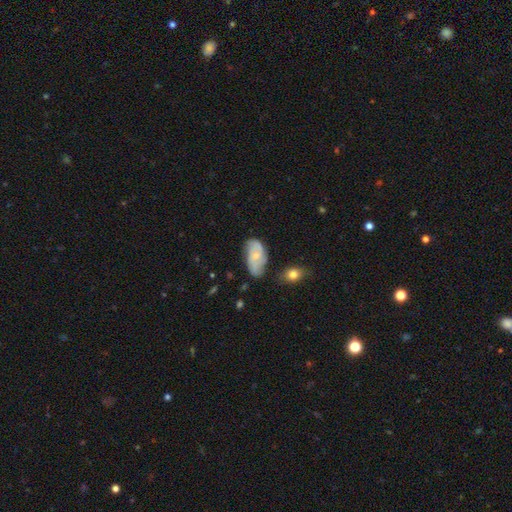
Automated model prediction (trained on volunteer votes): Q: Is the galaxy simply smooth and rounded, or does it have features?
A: featured or disk — 49%.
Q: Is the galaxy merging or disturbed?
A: none — 55%.